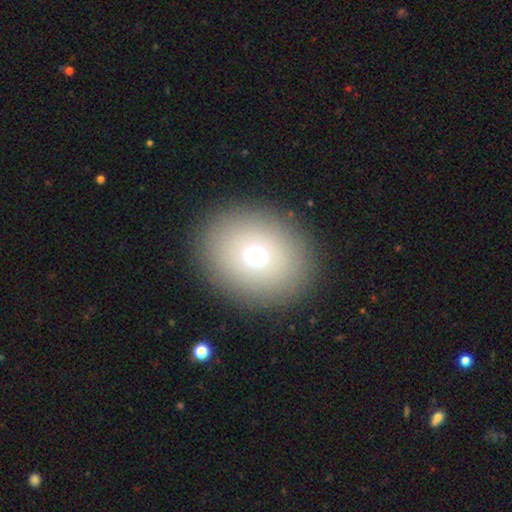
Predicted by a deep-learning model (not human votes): This is likely a smooth galaxy (69%). How rounded: likely round (61%). Merging: clearly none (89%).